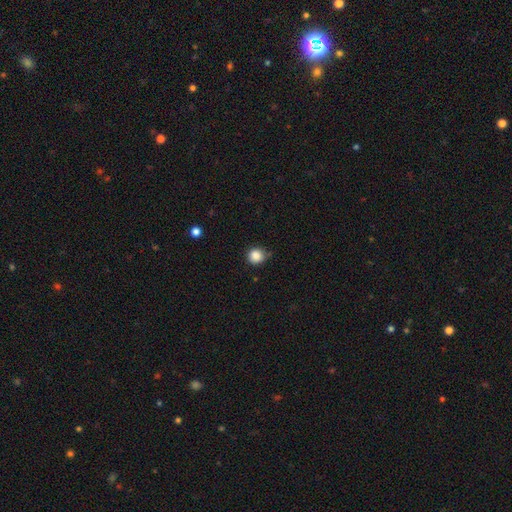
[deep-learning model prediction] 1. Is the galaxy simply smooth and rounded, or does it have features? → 86% smooth, 11% star or artifact, 3% featured or disk.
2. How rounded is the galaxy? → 91% round, 8% in between, 1% cigar-shaped.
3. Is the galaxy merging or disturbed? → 77% none, 17% minor disturbance, 3% major disturbance, 3% merger.